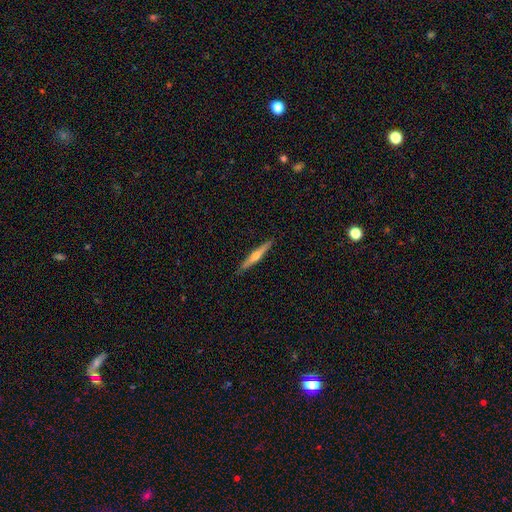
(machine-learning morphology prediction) featured or disk 59%, smooth 35%, star or artifact 6%. Down the decision tree: edge-on disk — yes (96%); edge-on bulge — rounded (85%); merging — none (90%).